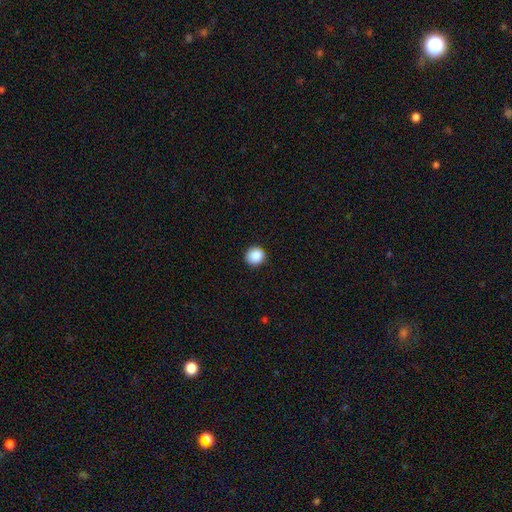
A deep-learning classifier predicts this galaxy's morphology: Smooth or featured: smooth — 89% (star or artifact — 9%)
How rounded: round — 91% (in between — 8%)
Merging: none — 89% (minor disturbance — 8%)